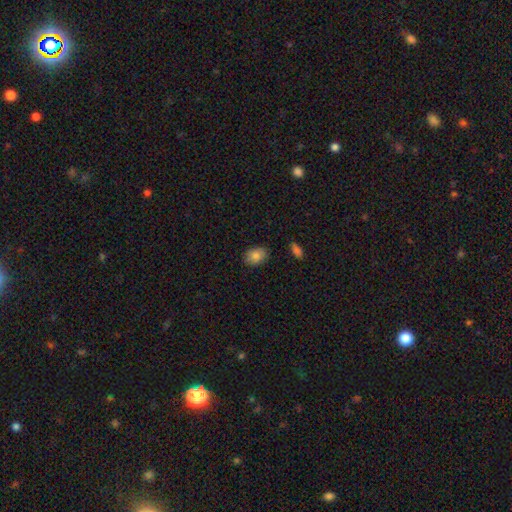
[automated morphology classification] Overall: smooth (82%). How rounded: in between (76%). Merging: none (86%).